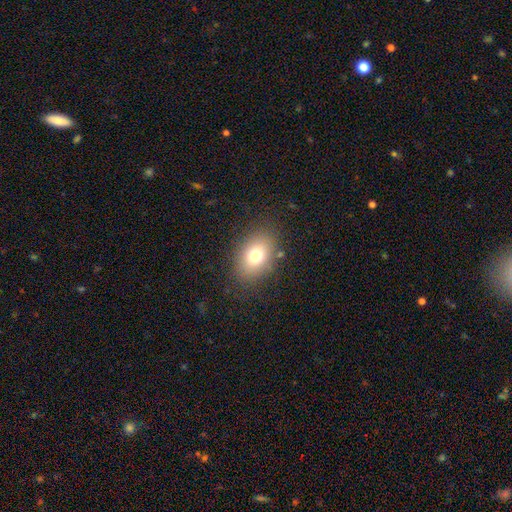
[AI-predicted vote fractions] Smooth or featured? smooth (75%)
How rounded? in between (75%)
Merging? none (83%)